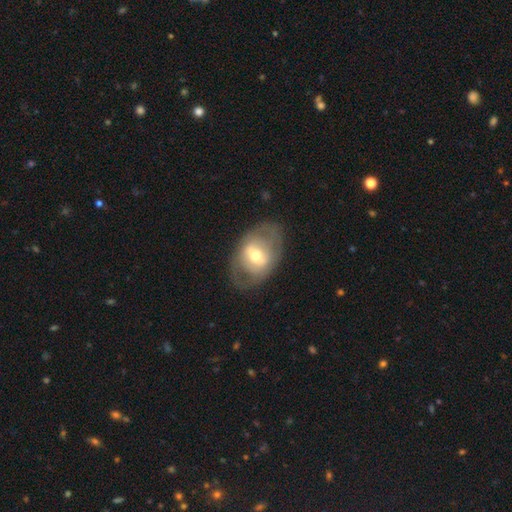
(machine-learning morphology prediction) smooth-or-featured: featured or disk: 56% | smooth: 38% | star or artifact: 7%
  disk-edge-on: no: 91% | yes: 9%
    bar: weak: 40% | strong: 32% | no: 28%
    has-spiral-arms: no: 66% | yes: 34%
    bulge-size: moderate: 61% | small: 26% | large: 10% | dominant: 1% | none: 1%
  merging: none: 74% | minor disturbance: 15% | major disturbance: 10% | merger: 1%